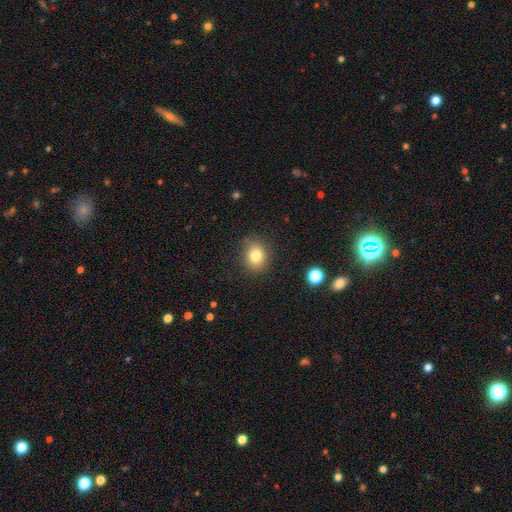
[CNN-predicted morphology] Smooth or featured? smooth (81%)
How rounded? round (61%)
Merging? none (86%)